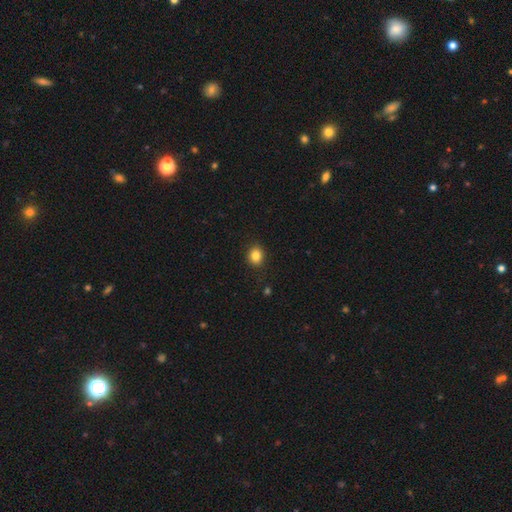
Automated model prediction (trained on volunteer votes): A smooth galaxy with no disk features (83%) that is round (72%). Merging: none (89%).